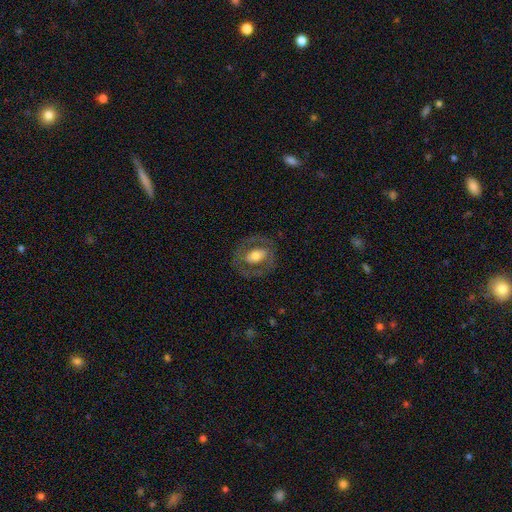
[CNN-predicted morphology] This is possibly a featured or disk galaxy (50%). It is clearly not viewed edge-on (93%). Merging: likely none (72%).